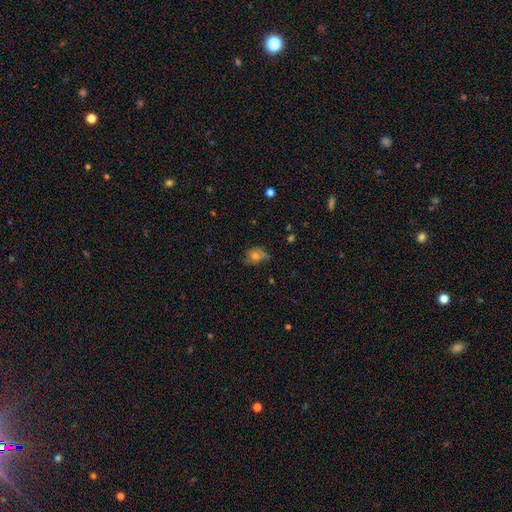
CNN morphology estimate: smooth-or-featured: smooth: 71% | featured or disk: 16% | star or artifact: 12%
  how-rounded: in between: 50% | round: 49% | cigar-shaped: 1%
  merging: none: 57% | minor disturbance: 32% | major disturbance: 9% | merger: 3%